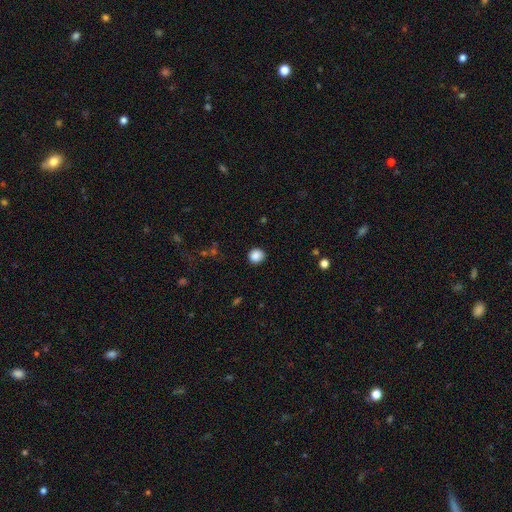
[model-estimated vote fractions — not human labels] Overall: smooth (87%). How rounded: round (87%). Merging: none (88%).